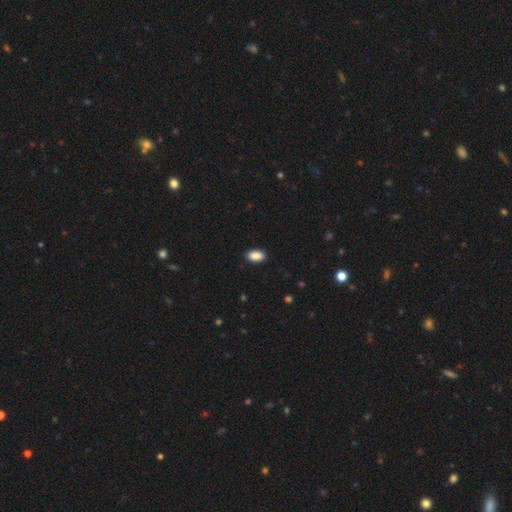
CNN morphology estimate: A smooth galaxy with no disk features (89%) that is in between round and cigar-shaped (93%). Merging: none (89%).